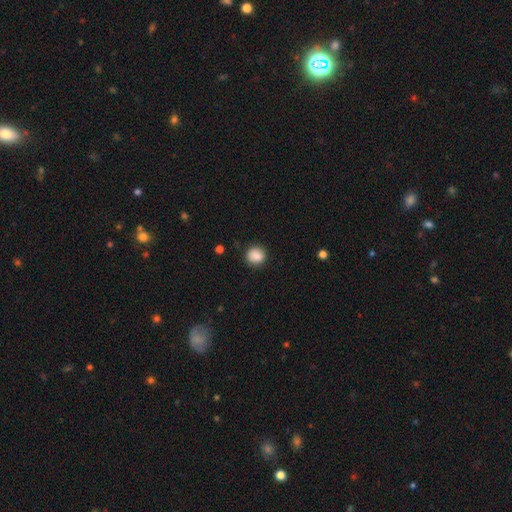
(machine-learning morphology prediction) A smooth galaxy with no disk features (86%) that is round (88%).

Vote fractions:
- Smooth or featured? smooth: 86% / star or artifact: 9% / featured or disk: 6%
- How rounded? round: 88% / in between: 11% / cigar-shaped: 1%
- Merging? none: 86% / minor disturbance: 10% / major disturbance: 3% / merger: 1%